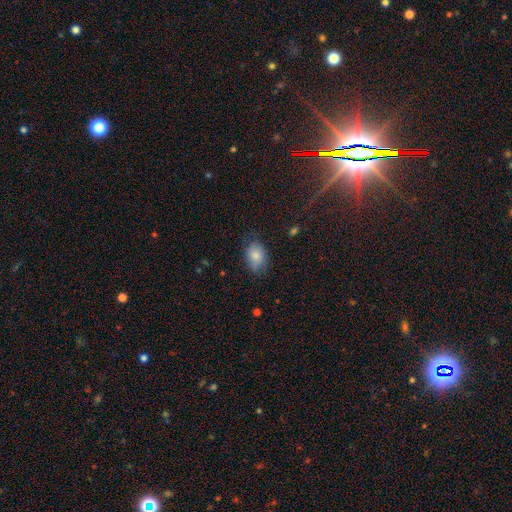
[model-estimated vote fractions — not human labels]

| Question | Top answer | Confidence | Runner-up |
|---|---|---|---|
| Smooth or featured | smooth | 80% | featured or disk (11%) |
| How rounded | in between | 81% | round (18%) |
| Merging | none | 67% | minor disturbance (25%) |